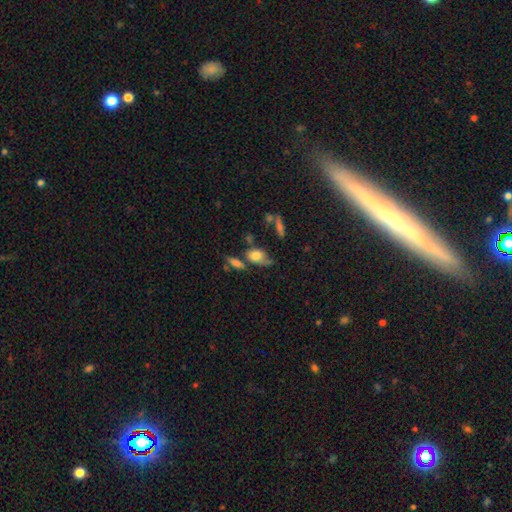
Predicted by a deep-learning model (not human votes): Morphology: type=smooth (74%); roundness=in between (79%); merging=none (38%).